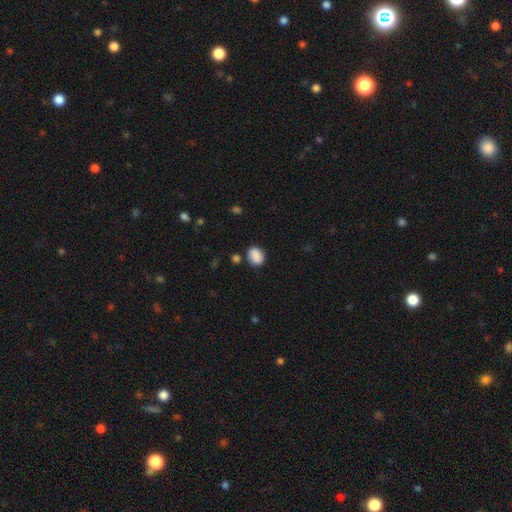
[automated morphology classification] Q: Smooth or featured?
A: smooth (87%); runner-up: star or artifact (8%)
Q: How rounded?
A: in between (50%); runner-up: round (49%)
Q: Merging?
A: none (76%); runner-up: minor disturbance (14%)